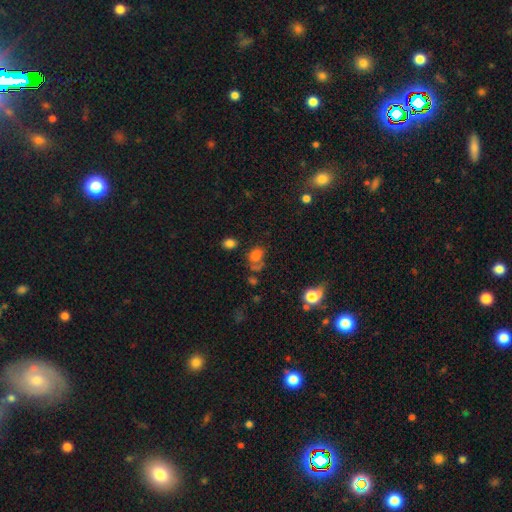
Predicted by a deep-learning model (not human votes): Smooth or featured? smooth (69%)
How rounded? in between (57%)
Merging? none (47%)